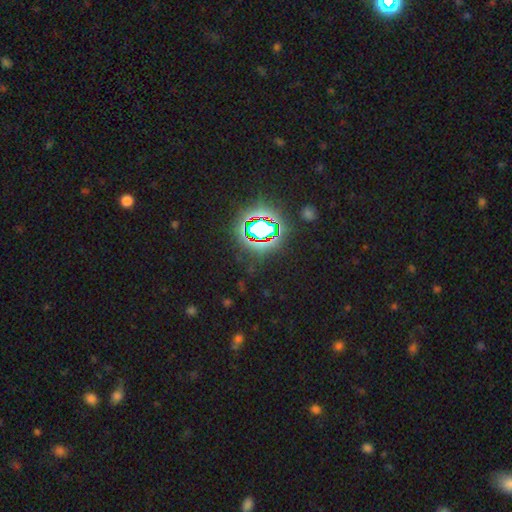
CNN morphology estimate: Overall: star or artifact (80%).